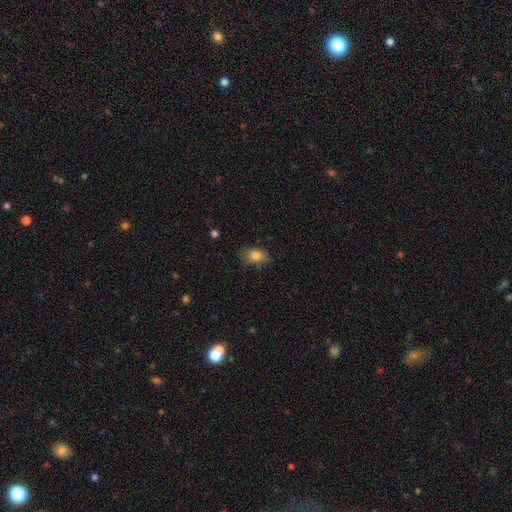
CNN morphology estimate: This appears to be a smooth galaxy with no disk features (82%) that is in between round and cigar-shaped (87%). Merging: none (71%).